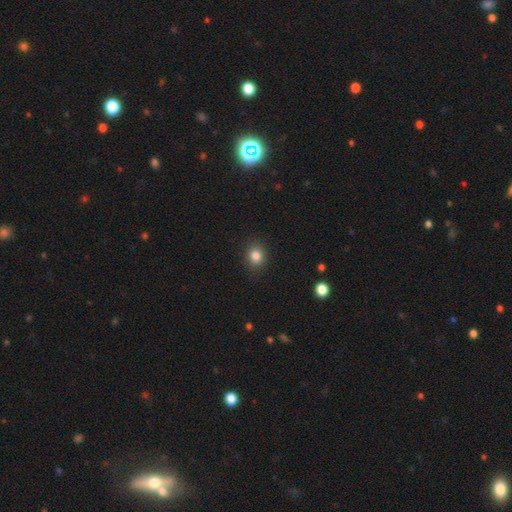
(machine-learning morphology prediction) A smooth galaxy with no disk features (83%) that is round (64%).

Vote fractions:
- Smooth or featured? smooth: 83% / star or artifact: 12% / featured or disk: 6%
- How rounded? round: 64% / in between: 35% / cigar-shaped: 1%
- Merging? none: 88% / minor disturbance: 9% / major disturbance: 2% / merger: 1%